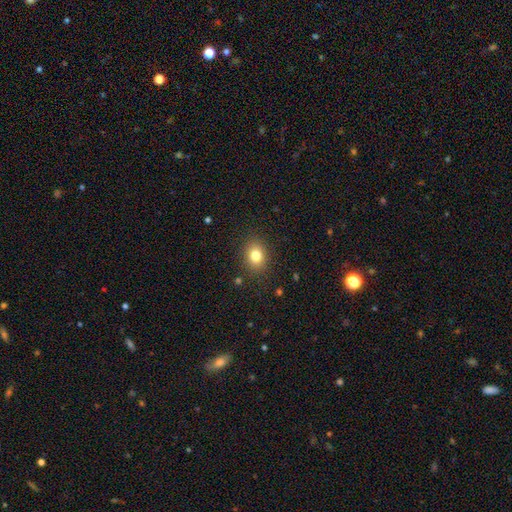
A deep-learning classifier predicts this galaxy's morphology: Smooth or featured: smooth — 80% (star or artifact — 12%)
How rounded: round — 55% (in between — 44%)
Merging: none — 88% (minor disturbance — 9%)